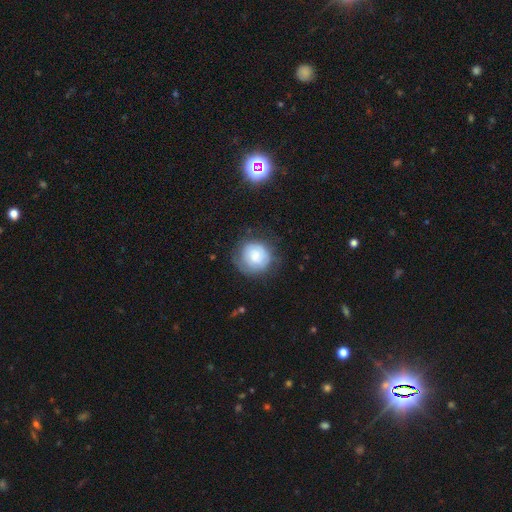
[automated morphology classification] type=smooth (68%); roundness=round (90%); merging=none (66%).